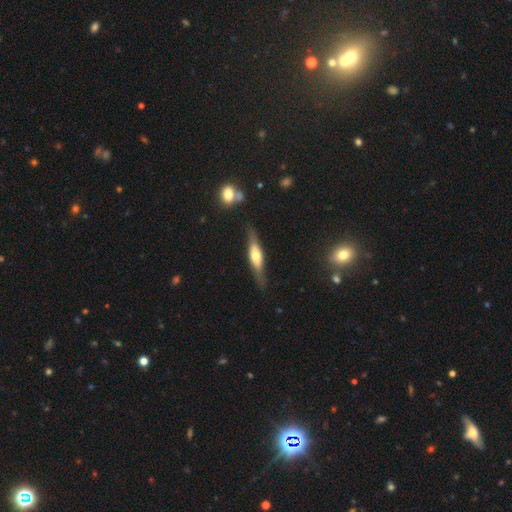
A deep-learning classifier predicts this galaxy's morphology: smooth_or_featured: featured or disk (p=0.55) [alt: smooth p=0.39]
disk_edge_on: yes (p=0.88) [alt: no p=0.12]
merging: none (p=0.79) [alt: minor disturbance p=0.14]